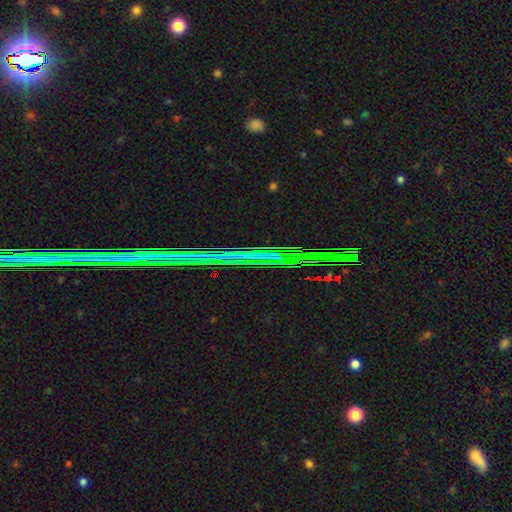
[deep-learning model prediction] Smooth or featured?
  - star or artifact: 88% *
  - featured or disk: 7%
  - smooth: 5%